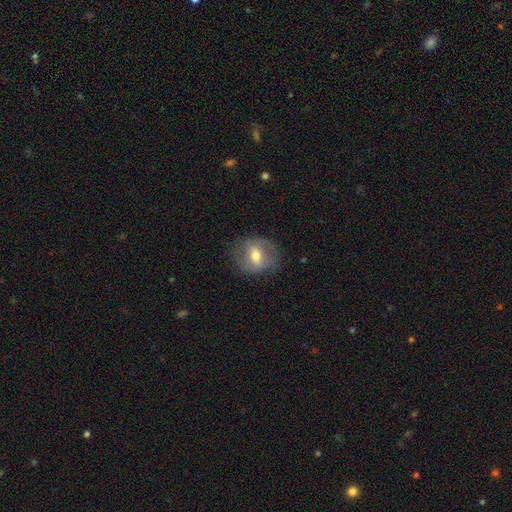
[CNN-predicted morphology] The model was most divided on "smooth or featured": featured or disk: 50%, smooth: 42%, star or artifact: 8%. More confident: edge-on disk — no (91%); merging — none (76%).